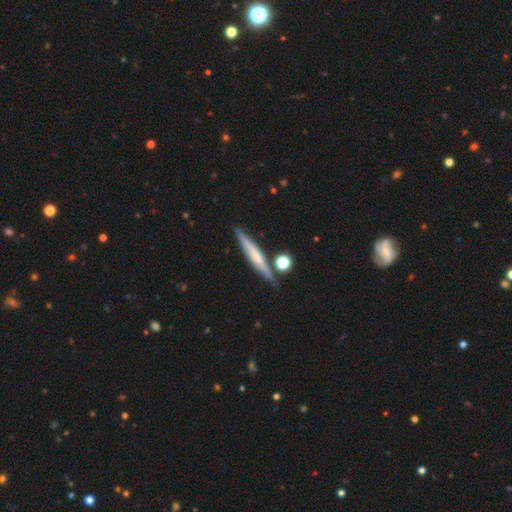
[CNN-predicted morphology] Smooth or featured? featured or disk (55%)
Edge-on disk? yes (96%)
Edge-on bulge? rounded (49%)
Merging? none (82%)